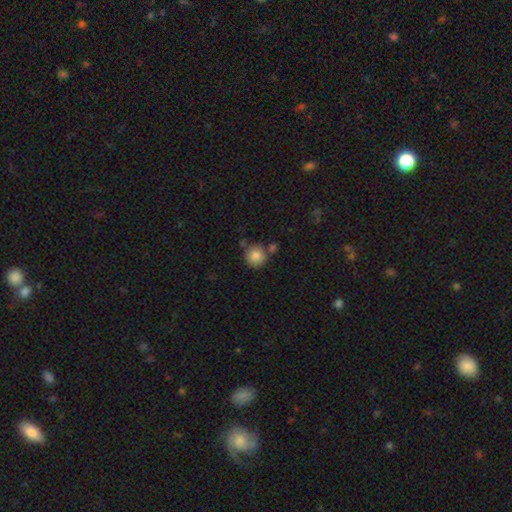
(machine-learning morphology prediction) smooth-or-featured: smooth: 85% | star or artifact: 9% | featured or disk: 6%
  how-rounded: round: 93% | in between: 6% | cigar-shaped: 1%
  merging: none: 71% | merger: 14% | minor disturbance: 12% | major disturbance: 3%